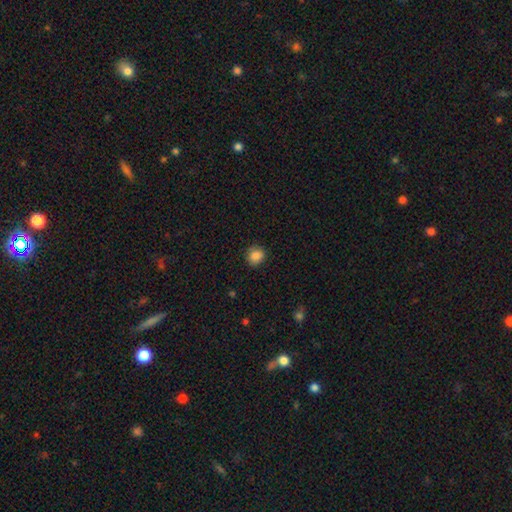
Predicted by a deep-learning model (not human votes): This appears to be a smooth galaxy with no disk features (86%) that is round (80%). Merging: none (86%).